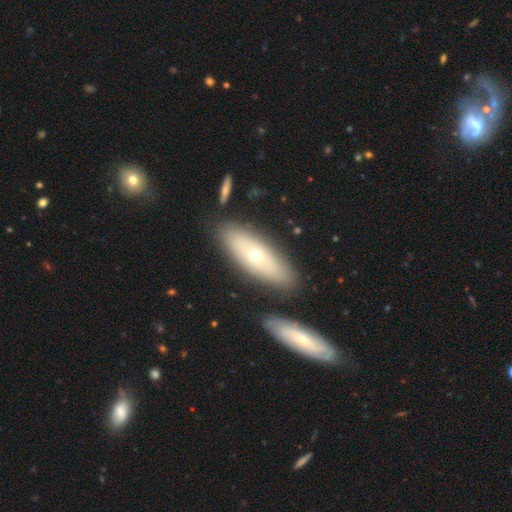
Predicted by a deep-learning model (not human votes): Smooth or featured? Predicted: smooth (p=0.56). How rounded? Predicted: in between (p=0.63). Merging? Predicted: none (p=0.81).